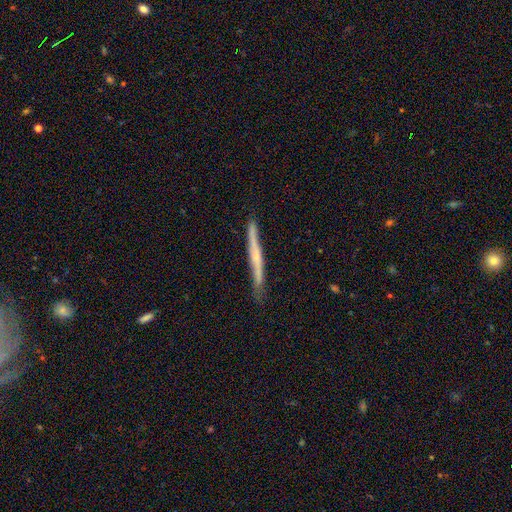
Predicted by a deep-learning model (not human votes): Smooth or featured: featured or disk — 63% (smooth — 31%)
Edge-on disk: yes — 94% (no — 6%)
Edge-on bulge: none — 49% (rounded — 44%)
Merging: none — 79% (minor disturbance — 17%)